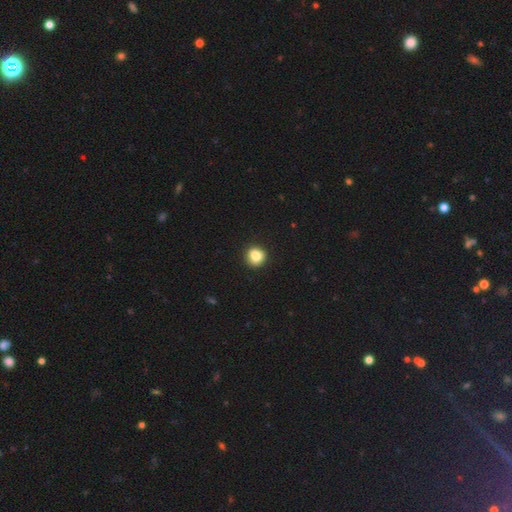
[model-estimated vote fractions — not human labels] A smooth galaxy with no disk features (83%) that is round (79%). Merging: none (84%).